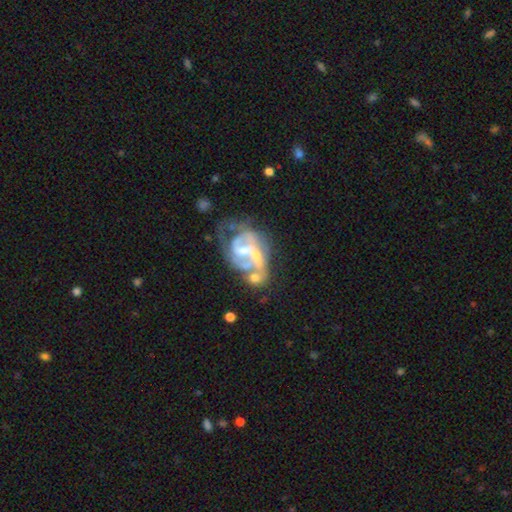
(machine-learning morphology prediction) This appears to be a featured or disk galaxy (78%) with a weak bar (43%), 2 (48%) medium (46%) spiral arms (74%) and a moderate central bulge (42%). Merging: merger (33%).